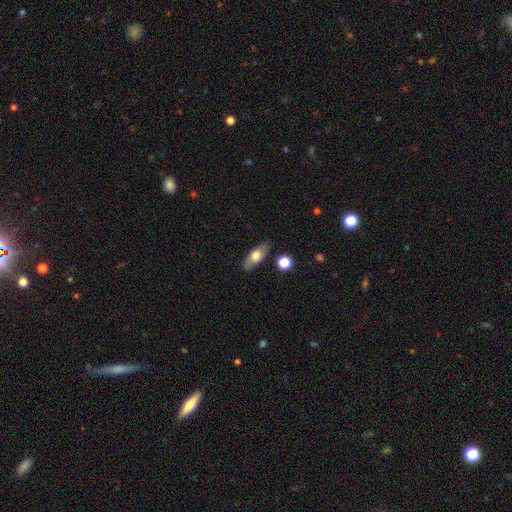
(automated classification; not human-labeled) Smooth or featured: smooth — 59% (featured or disk — 34%)
How rounded: in between — 73% (cigar-shaped — 21%)
Merging: none — 84% (minor disturbance — 11%)